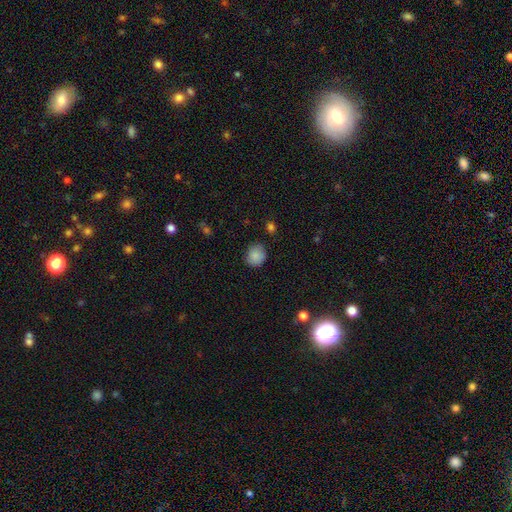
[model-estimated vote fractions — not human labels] The model was most divided on "how rounded": round: 77%, in between: 22%, cigar-shaped: 1%. More confident: smooth or featured — smooth (86%); merging — none (80%).